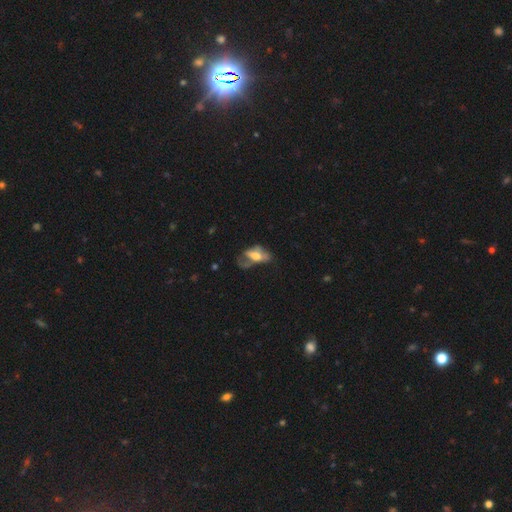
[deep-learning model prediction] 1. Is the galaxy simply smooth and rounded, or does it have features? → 46% featured or disk, 45% smooth, 9% star or artifact.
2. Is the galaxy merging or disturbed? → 48% major disturbance, 24% none, 22% minor disturbance, 5% merger.